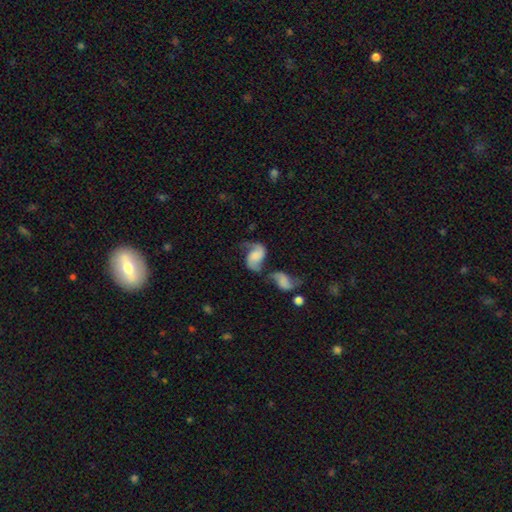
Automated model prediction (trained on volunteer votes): smooth_or_featured: featured or disk (p=0.67) [alt: smooth p=0.25]
disk_edge_on: no (p=0.97) [alt: yes p=0.03]
bar: no (p=0.61) [alt: weak p=0.29]
has_spiral_arms: yes (p=0.90) [alt: no p=0.10]
spiral_winding: loose (p=0.62) [alt: medium p=0.29]
spiral_arm_count: 2 (p=0.87) [alt: 1 p=0.07]
bulge_size: none (p=0.45) [alt: large p=0.19]
merging: none (p=0.33) [tied with: merger p=0.33]